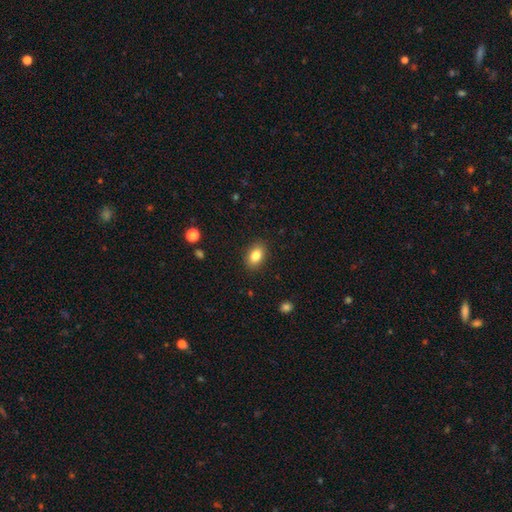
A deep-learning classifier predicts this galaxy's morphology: A smooth galaxy with no disk features (84%) that is in between round and cigar-shaped (84%). Merging: none (89%).